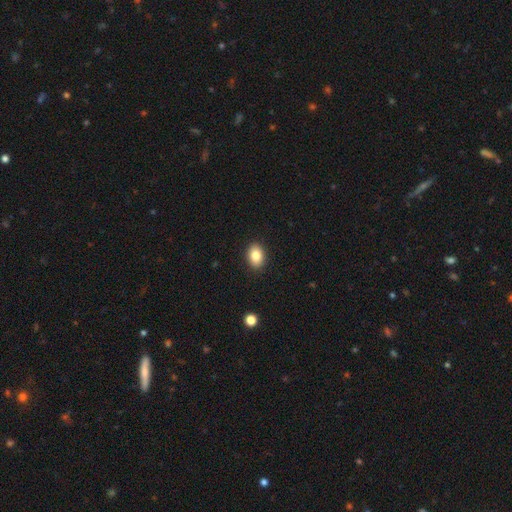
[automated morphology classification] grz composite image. It shows a smooth galaxy with no disk features (84%) that is in between round and cigar-shaped (79%). Merging: none (91%).